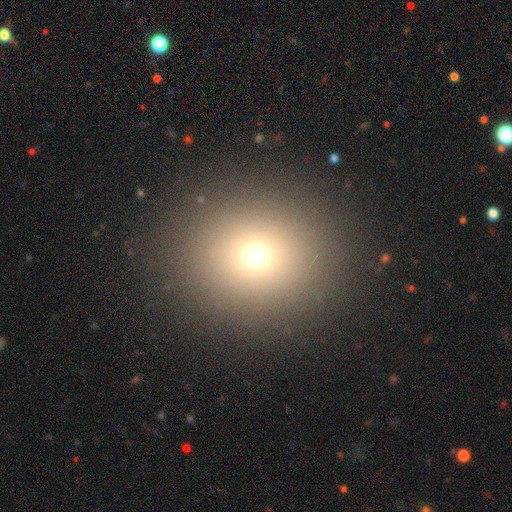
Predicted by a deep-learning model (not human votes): A smooth galaxy with no disk features (68%) that is round (74%). Merging: none (89%).